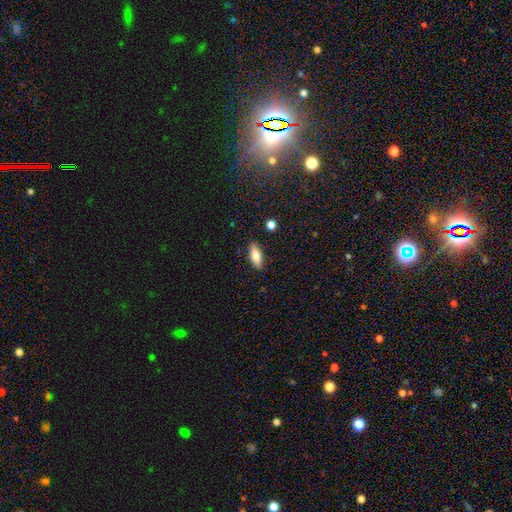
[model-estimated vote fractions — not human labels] smooth_or_featured: smooth (p=0.77) [alt: featured or disk p=0.15]
how_rounded: in between (p=0.73) [alt: cigar-shaped p=0.24]
merging: none (p=0.87) [alt: minor disturbance p=0.10]